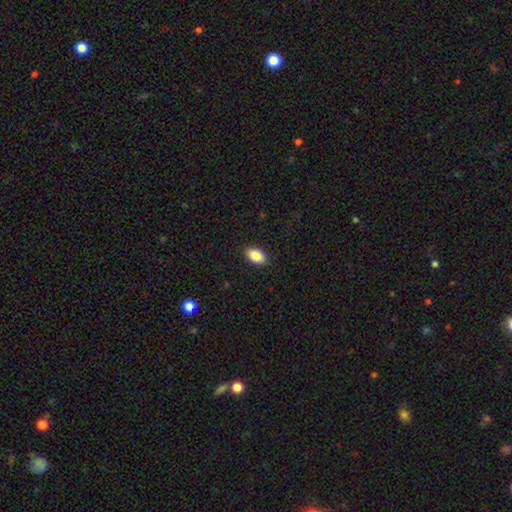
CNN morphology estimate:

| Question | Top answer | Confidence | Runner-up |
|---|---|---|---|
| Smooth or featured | smooth | 87% | star or artifact (7%) |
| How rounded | in between | 93% | round (5%) |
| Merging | none | 90% | minor disturbance (7%) |